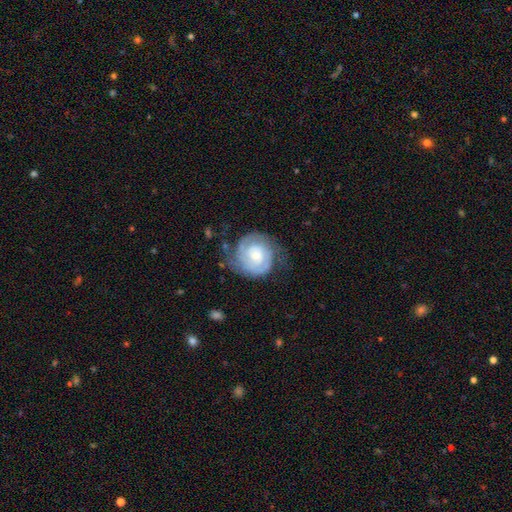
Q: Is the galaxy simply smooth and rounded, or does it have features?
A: featured or disk — 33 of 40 (82%).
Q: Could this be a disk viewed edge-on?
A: no — 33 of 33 (100%).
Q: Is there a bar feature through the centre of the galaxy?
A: no — 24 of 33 (73%).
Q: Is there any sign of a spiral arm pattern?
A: yes — 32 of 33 (97%).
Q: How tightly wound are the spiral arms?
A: tight — 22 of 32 (69%).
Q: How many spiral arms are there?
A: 2 — 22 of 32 (69%).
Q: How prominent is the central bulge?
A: moderate — 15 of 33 (45%).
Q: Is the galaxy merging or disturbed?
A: none — 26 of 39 (67%).